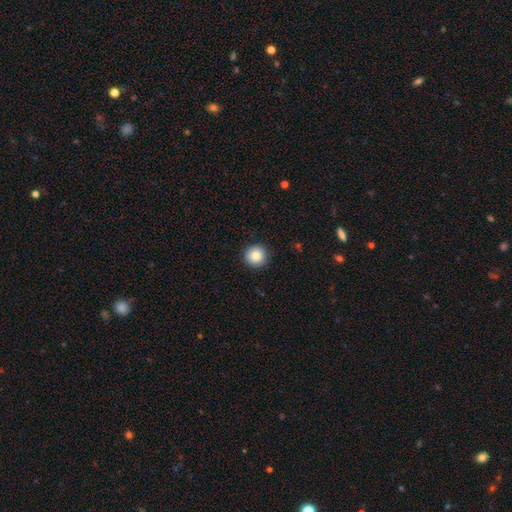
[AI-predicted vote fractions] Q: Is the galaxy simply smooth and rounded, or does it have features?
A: smooth — 85%.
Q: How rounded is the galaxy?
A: round — 94%.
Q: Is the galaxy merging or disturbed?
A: none — 92%.